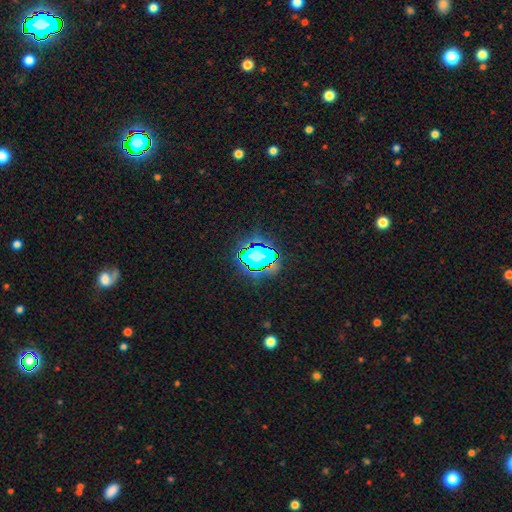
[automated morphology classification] A star or artifact, not a galaxy (46%).